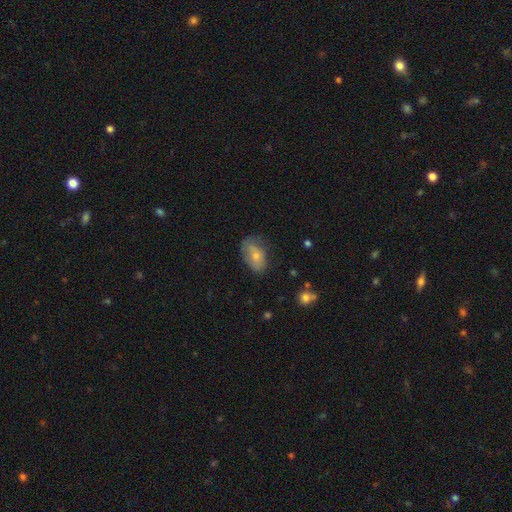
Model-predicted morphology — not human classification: Smooth or featured: smooth — 71% (featured or disk — 22%)
How rounded: in between — 90% (round — 8%)
Merging: none — 55% (minor disturbance — 31%)